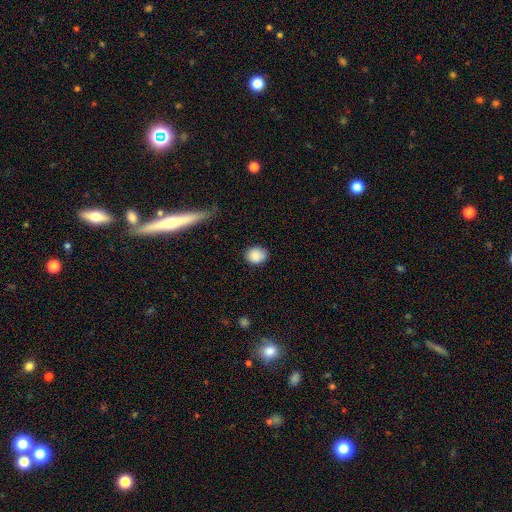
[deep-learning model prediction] Overall: smooth (88%). How rounded: round (64%; in between 34%). Merging: none (80%).